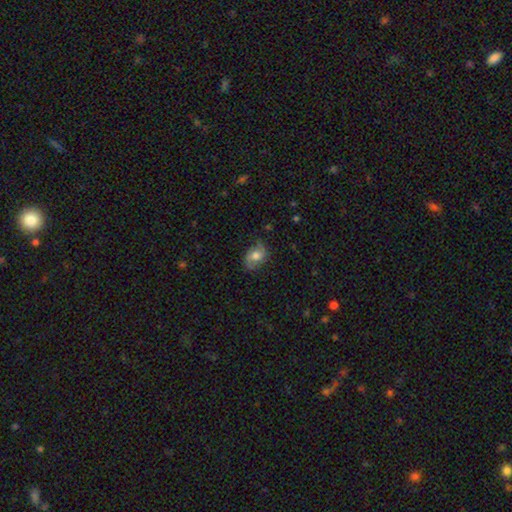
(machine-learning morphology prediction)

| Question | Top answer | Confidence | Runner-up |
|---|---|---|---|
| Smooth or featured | smooth | 46% | tied: featured or disk (46%) |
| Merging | none | 71% | minor disturbance (21%) |